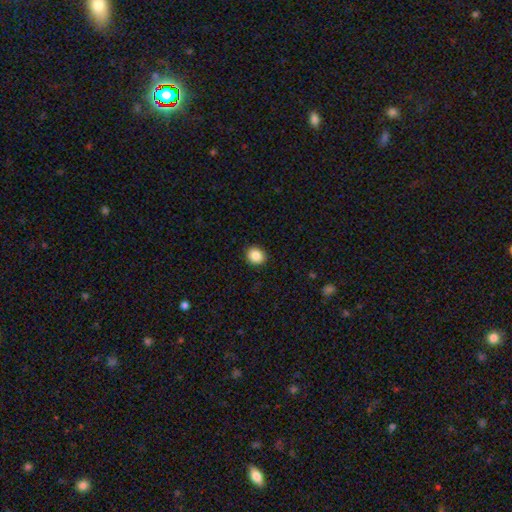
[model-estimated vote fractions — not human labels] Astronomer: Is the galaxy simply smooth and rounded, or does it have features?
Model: smooth — 87%.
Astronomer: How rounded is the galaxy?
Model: round — 77%.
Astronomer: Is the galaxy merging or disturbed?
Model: none — 91%.